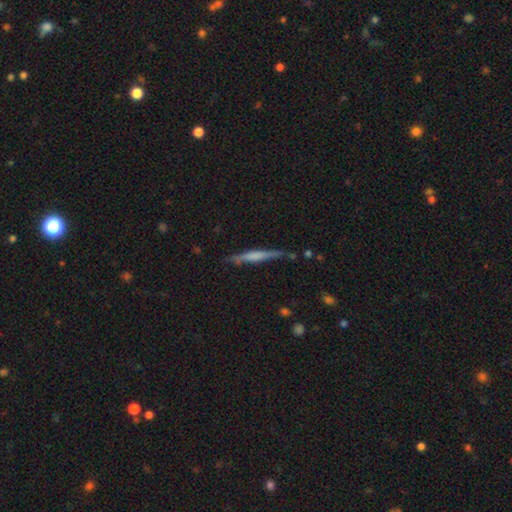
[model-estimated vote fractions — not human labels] This is possibly a featured or disk galaxy (53%). It is clearly viewed edge-on (96%). Edge-on bulge: marginally boxy (36%). Merging: likely none (77%).